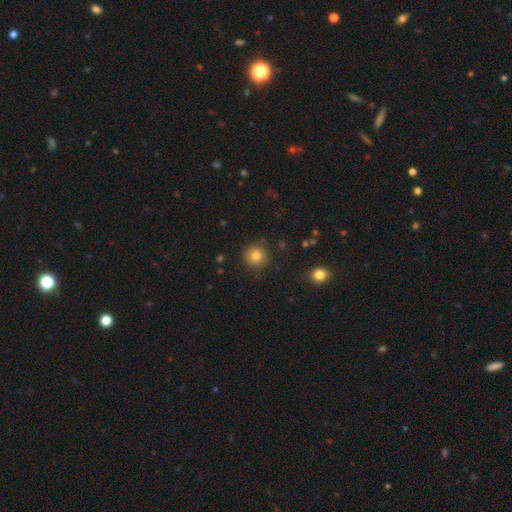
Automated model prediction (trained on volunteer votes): smooth_or_featured: smooth (p=0.81) [alt: star or artifact p=0.12]
how_rounded: round (p=0.94) [alt: in between p=0.05]
merging: none (p=0.89) [alt: minor disturbance p=0.07]